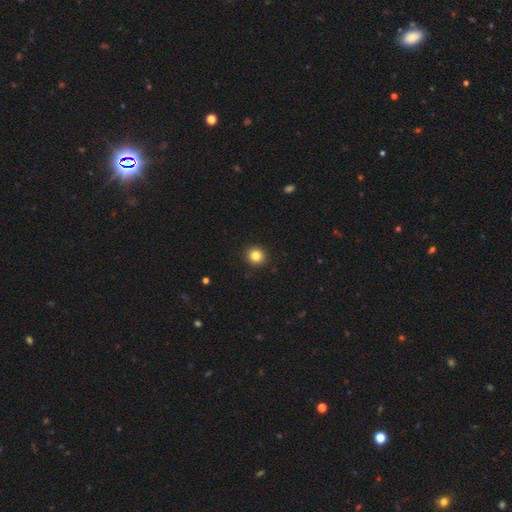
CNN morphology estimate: Smooth or featured: smooth — 83% (star or artifact — 11%)
How rounded: round — 91% (in between — 8%)
Merging: none — 93% (minor disturbance — 5%)